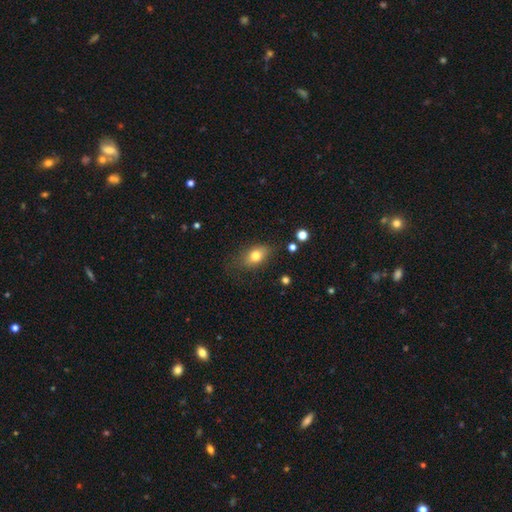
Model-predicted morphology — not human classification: The model was most divided on "merging": none: 72%, minor disturbance: 20%, major disturbance: 7%, merger: 2%. More confident: how rounded — in between (79%); smooth or featured — smooth (77%).